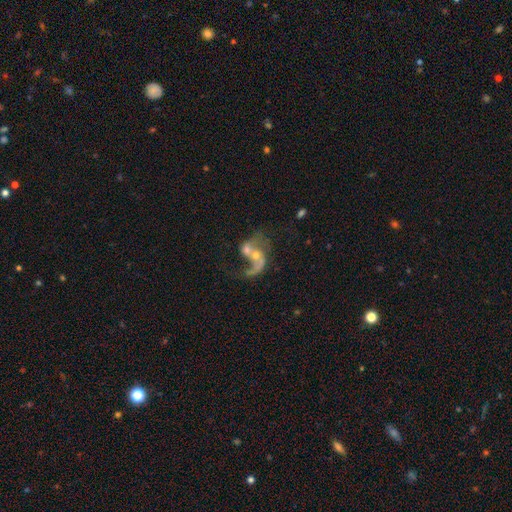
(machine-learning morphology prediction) Smooth or featured? featured or disk (75%)
Edge-on disk? no (97%)
Bar? no (65%)
Spiral arms? yes (78%)
Spiral winding? loose (75%)
Spiral arm count? 2 (50%)
Bulge size? moderate (44%)
Merging? merger (52%)